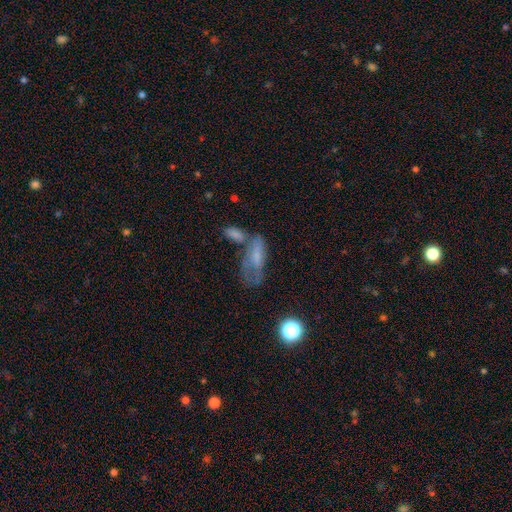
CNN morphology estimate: Smooth or featured: smooth — 53% (featured or disk — 34%)
How rounded: in between — 75% (cigar-shaped — 20%)
Merging: merger — 30% (none — 28%)